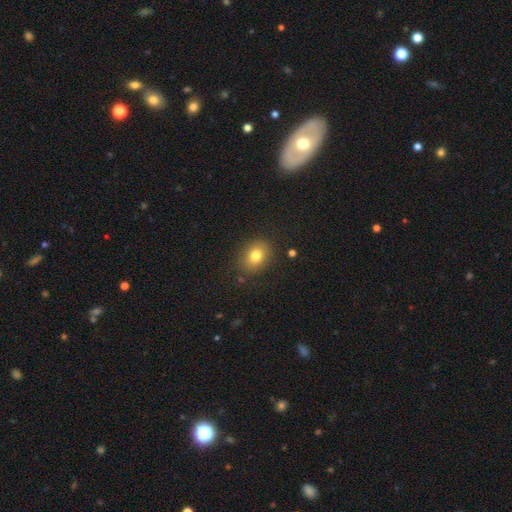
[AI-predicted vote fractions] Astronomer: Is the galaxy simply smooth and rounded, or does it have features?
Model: smooth — 79%.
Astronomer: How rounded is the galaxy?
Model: in between — 56% (runner-up: round, 43%).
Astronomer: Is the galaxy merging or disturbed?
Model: none — 83%.